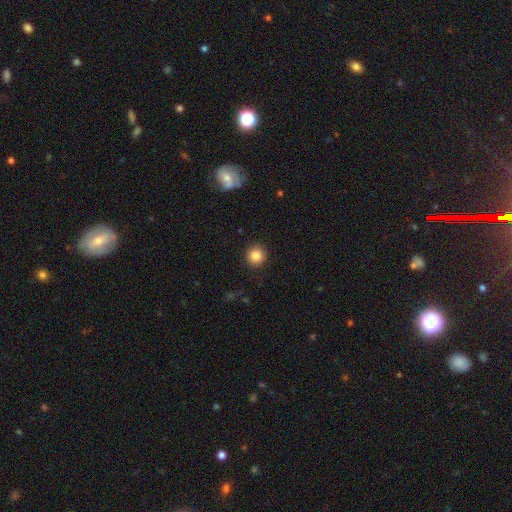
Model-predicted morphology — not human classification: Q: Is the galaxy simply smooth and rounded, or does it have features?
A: smooth — 85%.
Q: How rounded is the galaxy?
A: round — 93%.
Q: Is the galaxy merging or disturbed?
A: none — 91%.